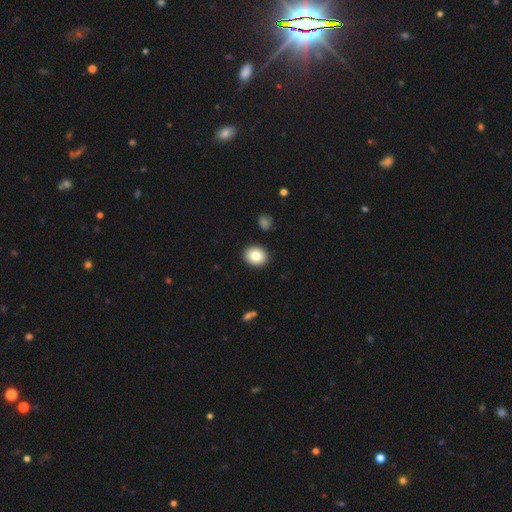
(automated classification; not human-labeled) This is clearly a smooth galaxy (85%). How rounded: possibly round (60%). Merging: clearly none (90%).